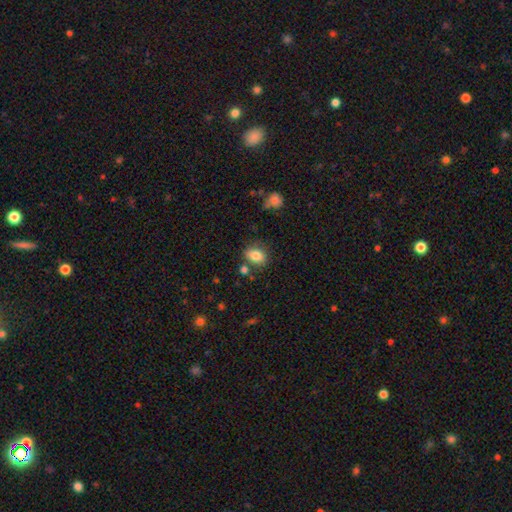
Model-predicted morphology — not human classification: Smooth or featured? smooth (82%)
How rounded? in between (66%)
Merging? none (75%)